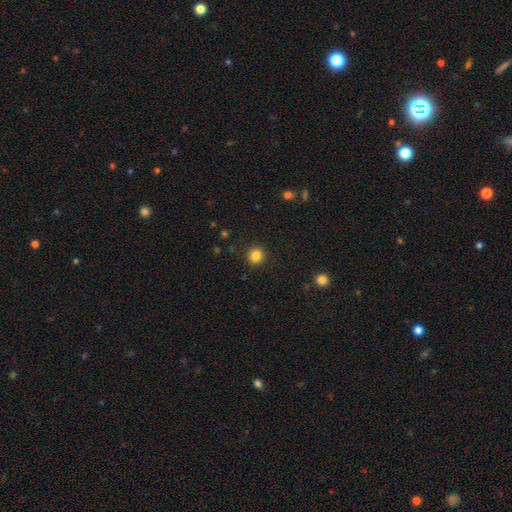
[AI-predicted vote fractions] Smooth or featured? smooth (85%)
How rounded? round (93%)
Merging? none (92%)